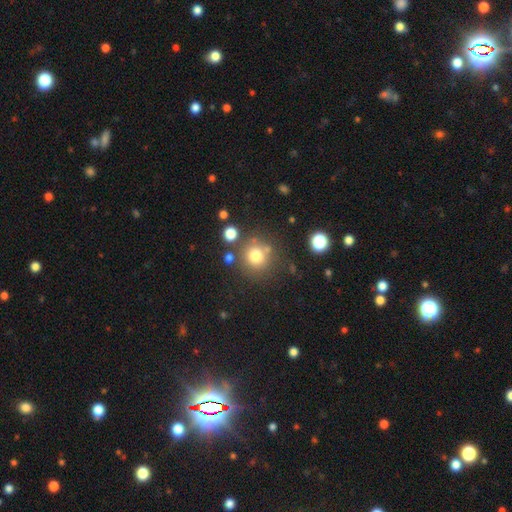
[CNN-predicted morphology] This is likely a smooth galaxy (75%). How rounded: clearly round (92%). Merging: likely none (76%).